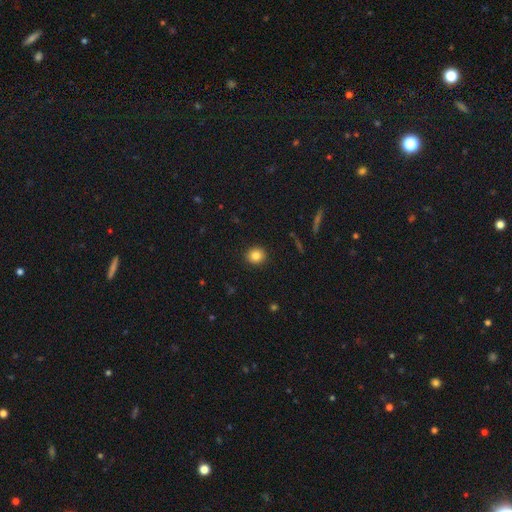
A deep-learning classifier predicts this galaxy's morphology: Smooth or featured: smooth — 83% (star or artifact — 10%)
How rounded: round — 87% (in between — 12%)
Merging: none — 92% (minor disturbance — 5%)